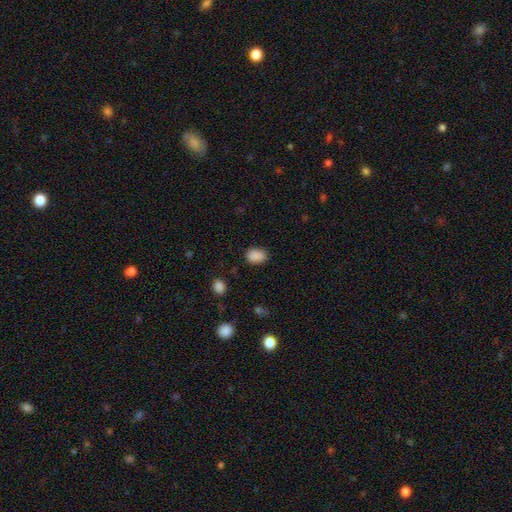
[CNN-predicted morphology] Q: Smooth or featured?
A: smooth (87%); runner-up: star or artifact (9%)
Q: How rounded?
A: in between (74%); runner-up: round (25%)
Q: Merging?
A: none (80%); runner-up: minor disturbance (15%)